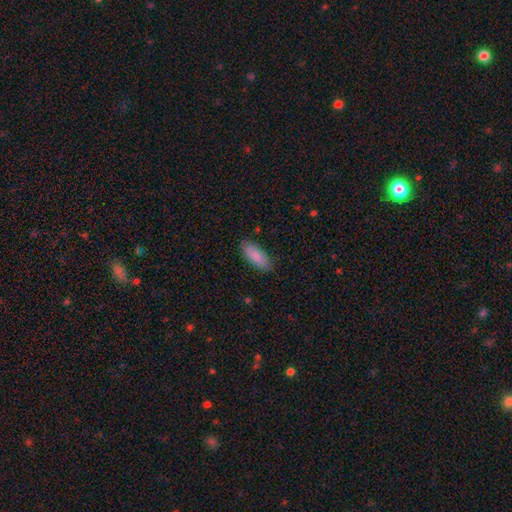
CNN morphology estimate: This is clearly a smooth galaxy (85%). How rounded: clearly in between (82%). Merging: clearly none (84%).